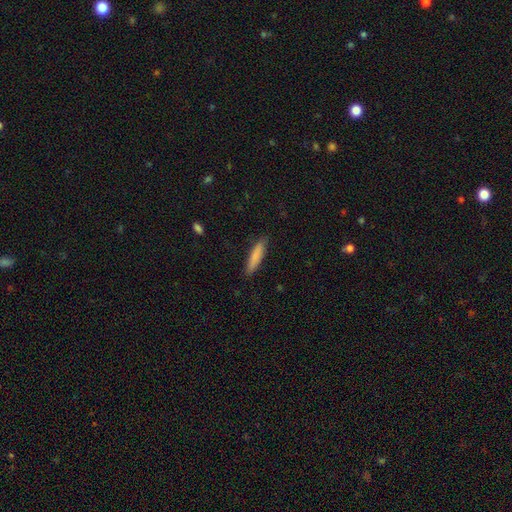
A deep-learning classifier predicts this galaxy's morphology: Q: Smooth or featured?
A: smooth (84%); runner-up: featured or disk (10%)
Q: How rounded?
A: cigar-shaped (83%); runner-up: in between (16%)
Q: Merging?
A: none (87%); runner-up: minor disturbance (10%)